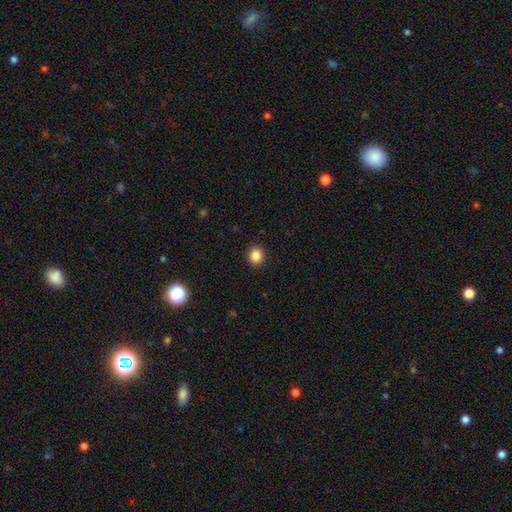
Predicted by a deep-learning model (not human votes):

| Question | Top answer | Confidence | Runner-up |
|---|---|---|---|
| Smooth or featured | smooth | 86% | star or artifact (10%) |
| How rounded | round | 71% | in between (28%) |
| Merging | none | 91% | minor disturbance (6%) |